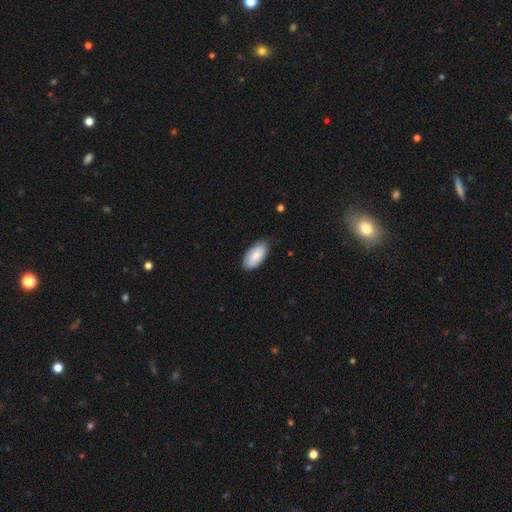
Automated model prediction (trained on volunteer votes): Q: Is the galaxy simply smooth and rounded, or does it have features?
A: smooth — 86%.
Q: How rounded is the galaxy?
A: in between — 94%.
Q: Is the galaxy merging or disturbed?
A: none — 84%.